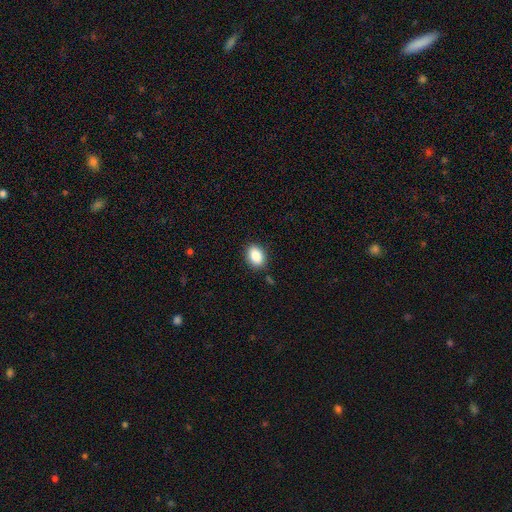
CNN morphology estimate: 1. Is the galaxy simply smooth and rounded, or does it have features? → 87% smooth, 8% star or artifact, 5% featured or disk.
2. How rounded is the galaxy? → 80% in between, 19% round, 1% cigar-shaped.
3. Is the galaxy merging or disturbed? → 86% none, 10% minor disturbance, 2% major disturbance, 2% merger.